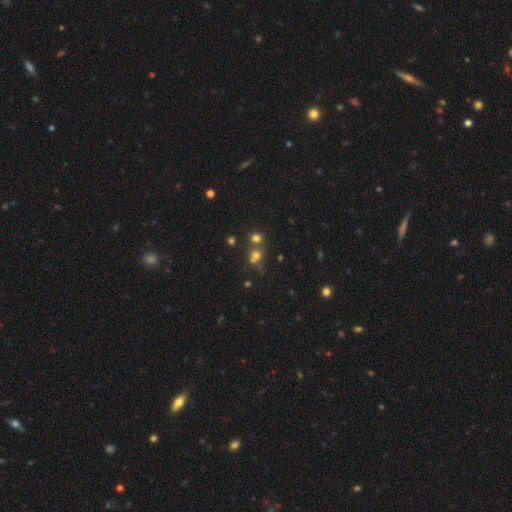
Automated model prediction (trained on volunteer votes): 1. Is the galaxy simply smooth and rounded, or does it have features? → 59% smooth, 27% star or artifact, 14% featured or disk.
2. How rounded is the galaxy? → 81% round, 18% in between, 1% cigar-shaped.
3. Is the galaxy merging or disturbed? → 45% none, 43% merger, 7% minor disturbance, 4% major disturbance.